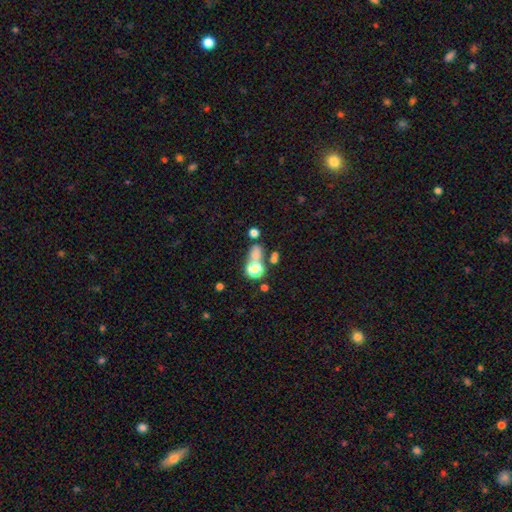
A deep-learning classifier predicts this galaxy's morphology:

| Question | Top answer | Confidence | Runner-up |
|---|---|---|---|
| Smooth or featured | smooth | 63% | star or artifact (25%) |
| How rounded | round | 60% | in between (37%) |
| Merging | none | 44% | merger (36%) |